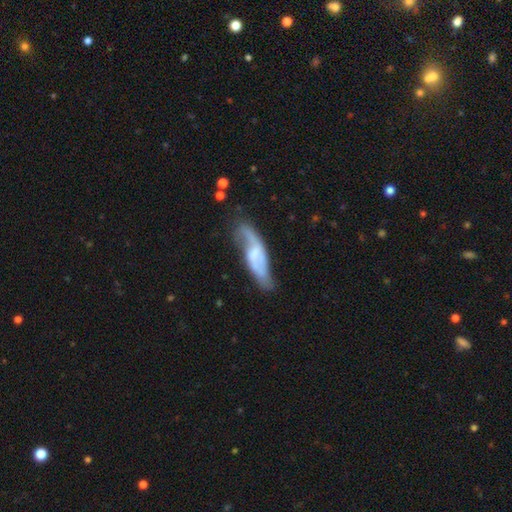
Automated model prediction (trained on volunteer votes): Smooth or featured? Predicted: featured or disk (p=0.69). Edge-on disk? Predicted: no (p=0.82). Bar? Predicted: weak (p=0.43). Spiral arms? Predicted: yes (p=0.86). Bulge size? Predicted: small (p=0.34). Merging? Predicted: none (p=0.56).